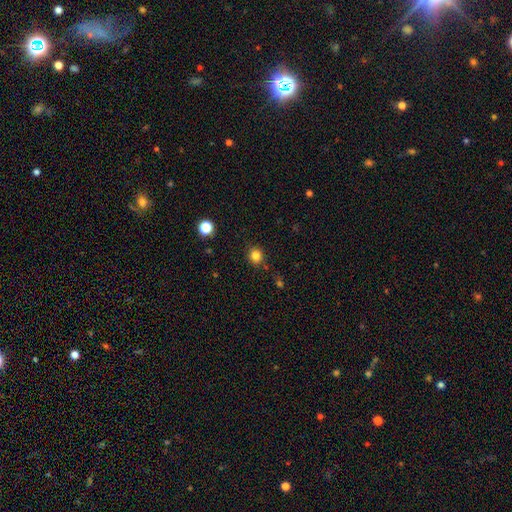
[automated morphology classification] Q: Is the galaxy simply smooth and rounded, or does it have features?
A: smooth — 83%.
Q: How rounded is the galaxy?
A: round — 87%.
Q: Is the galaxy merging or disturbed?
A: none — 86%.